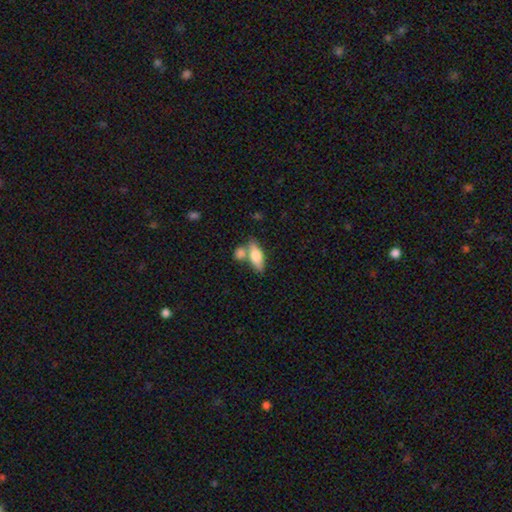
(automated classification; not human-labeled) Smooth or featured: smooth — 71% (featured or disk — 23%)
How rounded: in between — 73% (cigar-shaped — 23%)
Merging: none — 52% (merger — 32%)